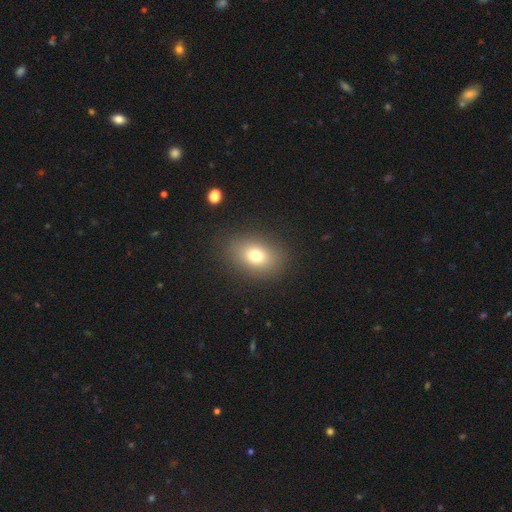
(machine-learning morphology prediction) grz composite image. It shows a smooth galaxy with no disk features (75%) that is in between round and cigar-shaped (71%). Merging: none (86%).